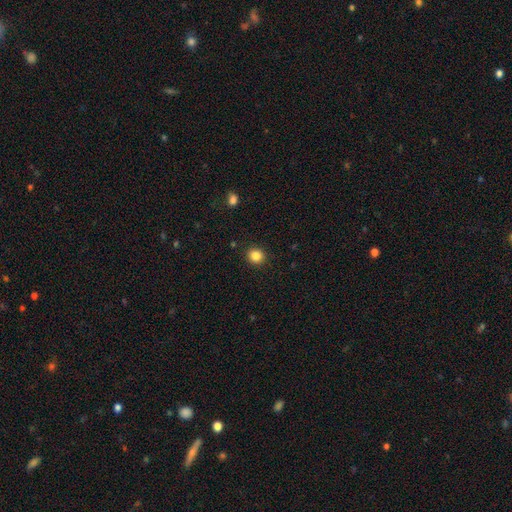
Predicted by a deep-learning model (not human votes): Smooth or featured: smooth — 85% (star or artifact — 11%)
How rounded: round — 88% (in between — 11%)
Merging: none — 91% (minor disturbance — 6%)